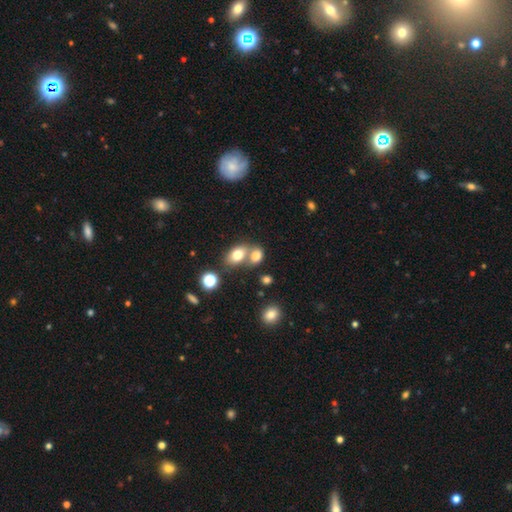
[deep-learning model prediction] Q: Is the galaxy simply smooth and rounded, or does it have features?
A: smooth — 78%.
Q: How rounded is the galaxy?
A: in between — 70%.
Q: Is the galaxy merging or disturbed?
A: merger — 52%.